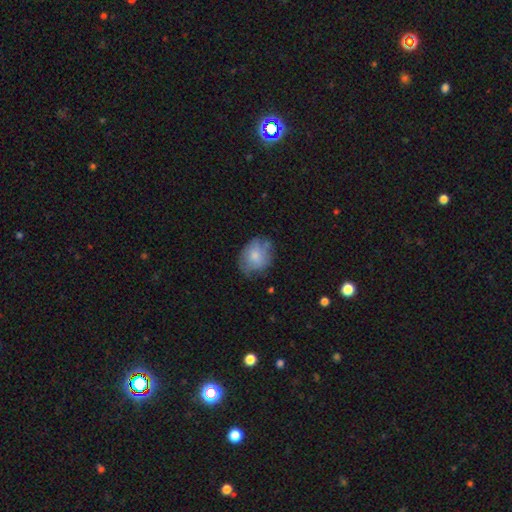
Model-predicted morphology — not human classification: type=smooth (69%); roundness=in between (50%); merging=none (56%).